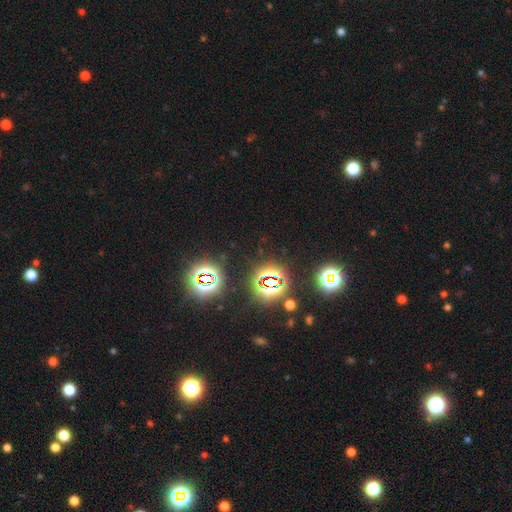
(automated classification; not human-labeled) Smooth or featured? Predicted: star or artifact (p=0.80).